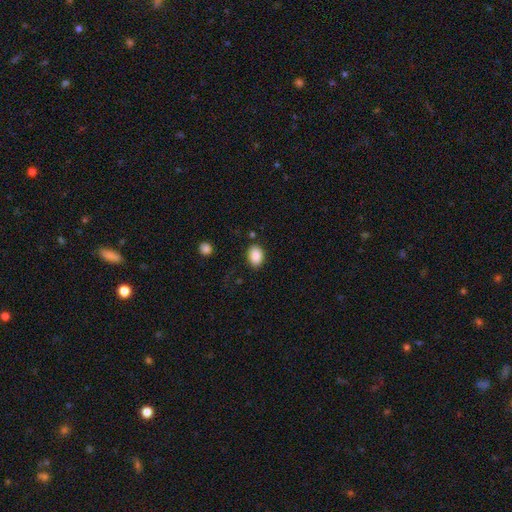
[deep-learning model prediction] smooth 88%, star or artifact 8%, featured or disk 4%. Down the decision tree: how rounded — in between (76%); merging — none (83%).